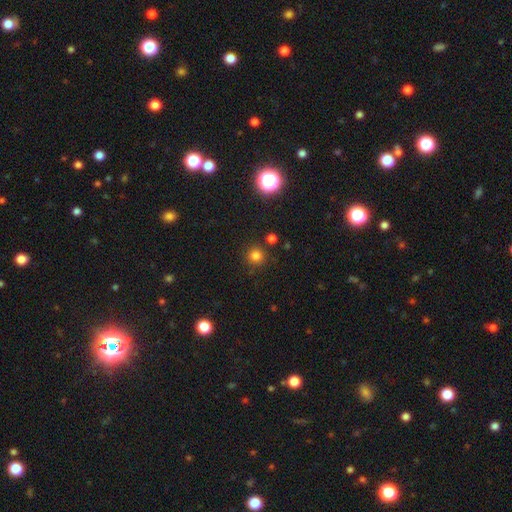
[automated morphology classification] Smooth or featured: smooth — 77% (star or artifact — 18%)
How rounded: round — 93% (in between — 6%)
Merging: none — 84% (minor disturbance — 8%)